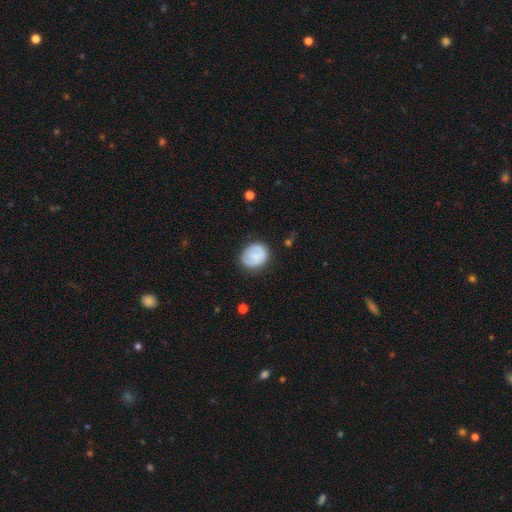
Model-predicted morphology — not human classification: This appears to be a smooth galaxy with no disk features (68%) that is round (69%). Merging: none (75%).